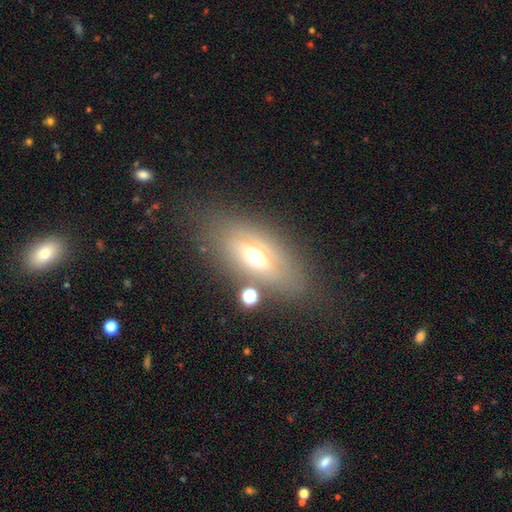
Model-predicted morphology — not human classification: This is possibly a smooth galaxy (47%). Merging: likely none (71%).